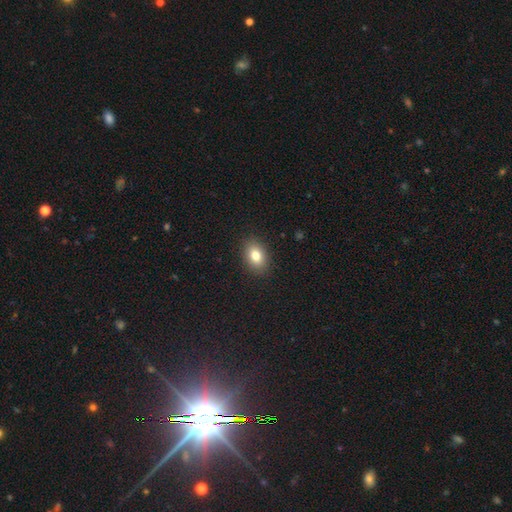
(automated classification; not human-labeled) This appears to be a smooth galaxy with no disk features (81%) that is in between round and cigar-shaped (77%). Merging: none (89%).